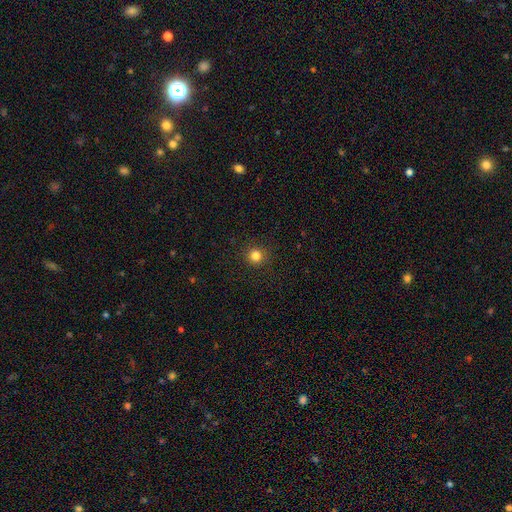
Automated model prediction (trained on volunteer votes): Smooth or featured: smooth — 83% (star or artifact — 13%)
How rounded: round — 95% (in between — 4%)
Merging: none — 91% (minor disturbance — 6%)